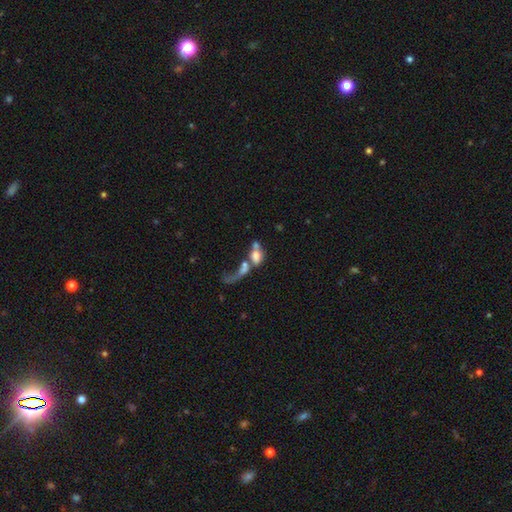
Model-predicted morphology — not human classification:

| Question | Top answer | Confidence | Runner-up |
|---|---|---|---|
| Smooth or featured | smooth | 56% | featured or disk (32%) |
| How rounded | in between | 64% | round (31%) |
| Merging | merger | 55% | major disturbance (25%) |